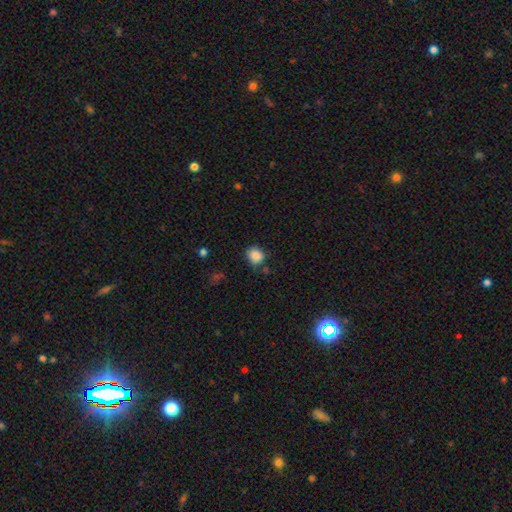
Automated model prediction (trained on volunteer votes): smooth-or-featured: smooth: 86% | star or artifact: 10% | featured or disk: 4%
  how-rounded: round: 71% | in between: 28% | cigar-shaped: 1%
  merging: none: 70% | minor disturbance: 20% | major disturbance: 5% | merger: 5%